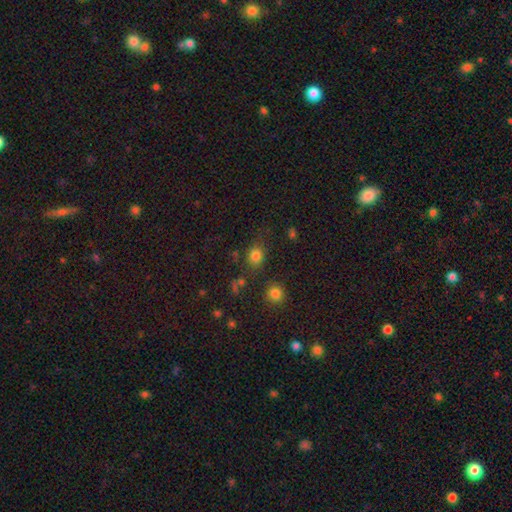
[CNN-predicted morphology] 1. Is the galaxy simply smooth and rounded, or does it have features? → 78% smooth, 15% star or artifact, 7% featured or disk.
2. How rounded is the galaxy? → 63% round, 36% in between, 1% cigar-shaped.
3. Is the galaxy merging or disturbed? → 73% none, 15% minor disturbance, 6% major disturbance, 6% merger.